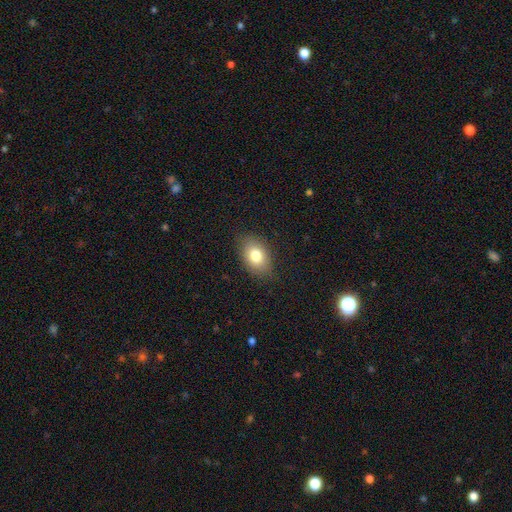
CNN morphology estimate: Smooth or featured? Predicted: smooth (p=0.79). How rounded? Predicted: in between (p=0.81). Merging? Predicted: none (p=0.82).